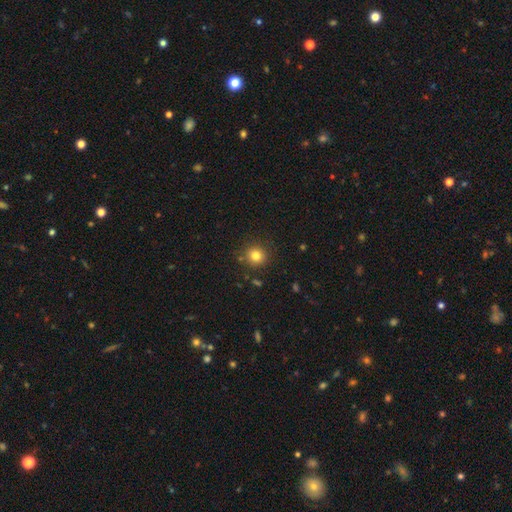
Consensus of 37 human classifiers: Q: Smooth or featured?
A: smooth (89%); runner-up: featured or disk (8%)
Q: How rounded?
A: round (97%); runner-up: in between (3%)
Q: Merging?
A: none (78%); runner-up: minor disturbance (17%)